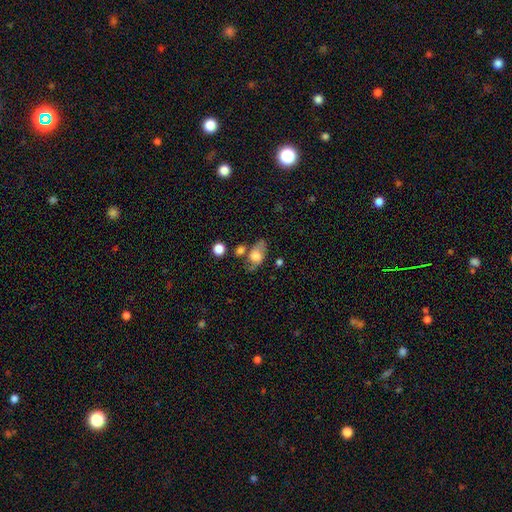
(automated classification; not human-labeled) Q: Smooth or featured?
A: smooth (61%); runner-up: featured or disk (30%)
Q: How rounded?
A: in between (79%); runner-up: round (19%)
Q: Merging?
A: none (49%); runner-up: minor disturbance (24%)